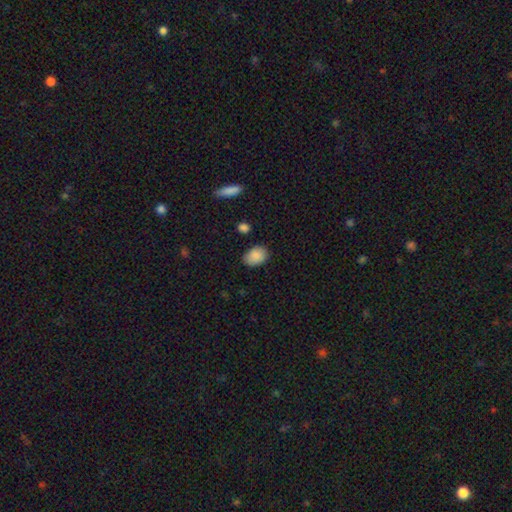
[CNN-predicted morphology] Smooth or featured: smooth — 88% (star or artifact — 7%)
How rounded: in between — 79% (round — 20%)
Merging: none — 81% (minor disturbance — 14%)